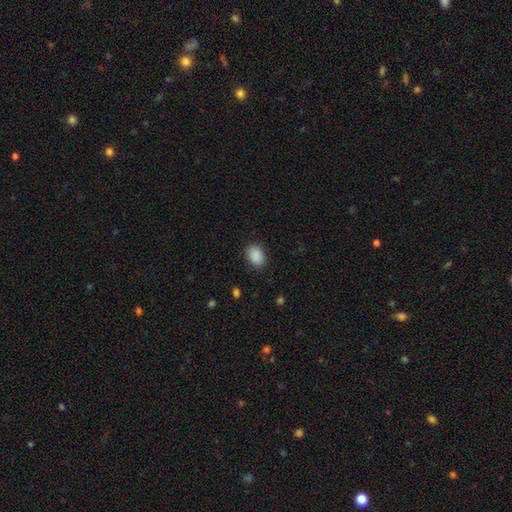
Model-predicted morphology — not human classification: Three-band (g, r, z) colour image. It shows a smooth galaxy with no disk features (89%) that is in between round and cigar-shaped (76%). Merging: none (86%).